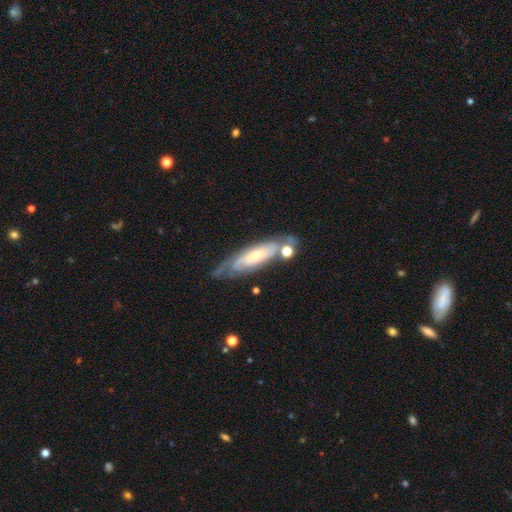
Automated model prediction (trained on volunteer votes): Smooth or featured: featured or disk — 70% (smooth — 24%)
Edge-on disk: no — 72% (yes — 28%)
Bar: no — 67% (weak — 25%)
Spiral arms: yes — 84% (no — 16%)
Bulge size: small — 55% (moderate — 38%)
Merging: none — 60% (minor disturbance — 21%)